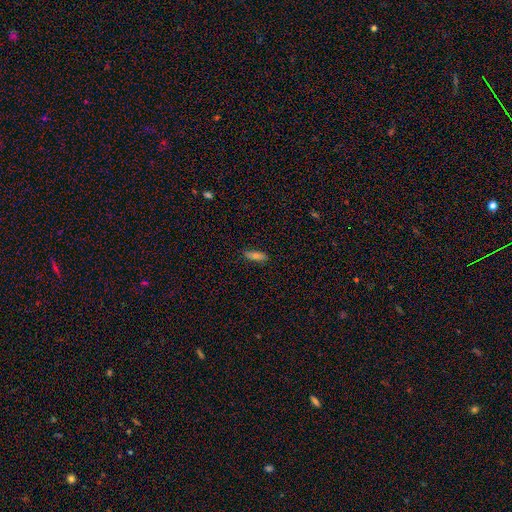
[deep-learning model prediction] Smooth or featured?
  - smooth: 70% *
  - featured or disk: 20%
  - star or artifact: 10%
How rounded?
  - in between: 57% *
  - cigar-shaped: 40%
  - round: 3%
Merging?
  - none: 84% *
  - minor disturbance: 12%
  - major disturbance: 2%
  - merger: 1%